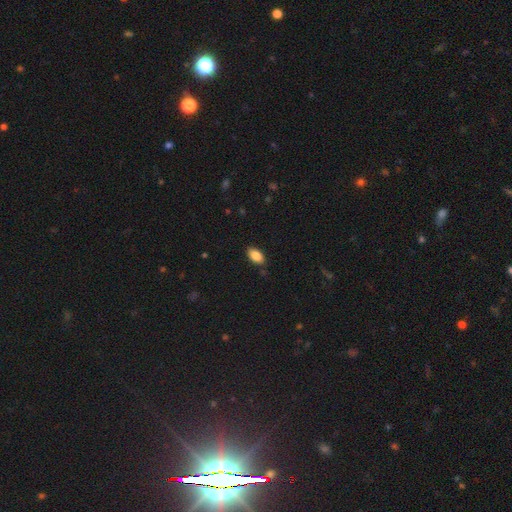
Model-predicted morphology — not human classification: smooth_or_featured: smooth (p=0.86) [alt: star or artifact p=0.08]
how_rounded: in between (p=0.93) [alt: round p=0.04]
merging: none (p=0.84) [alt: minor disturbance p=0.12]